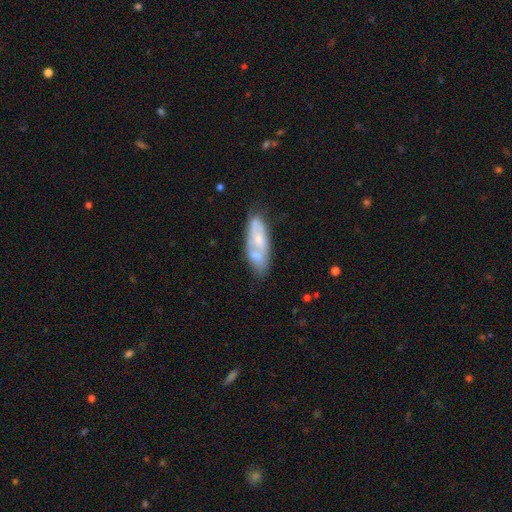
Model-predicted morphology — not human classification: smooth-or-featured: smooth: 47% | featured or disk: 46% | star or artifact: 6%
  merging: none: 36% | merger: 33% | minor disturbance: 21% | major disturbance: 10%